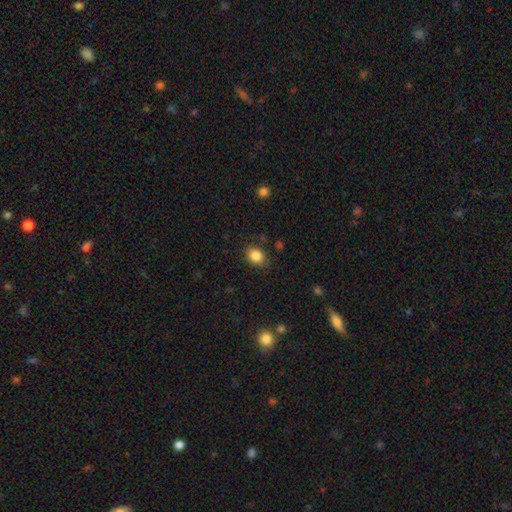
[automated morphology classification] Overall: smooth (86%). How rounded: in between (58%; round 41%). Merging: none (83%).